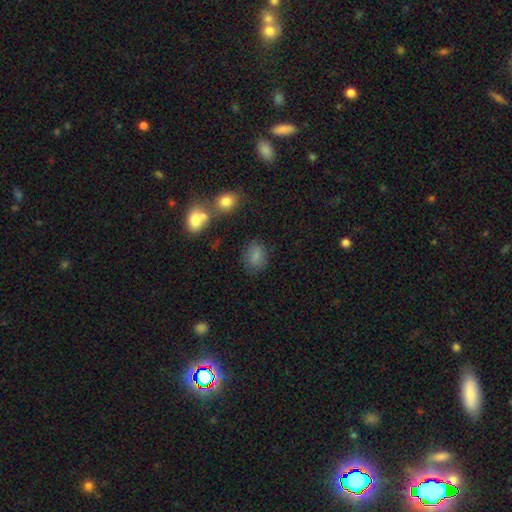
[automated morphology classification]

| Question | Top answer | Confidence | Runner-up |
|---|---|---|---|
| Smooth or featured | smooth | 80% | star or artifact (12%) |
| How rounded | in between | 70% | round (28%) |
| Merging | none | 73% | minor disturbance (17%) |